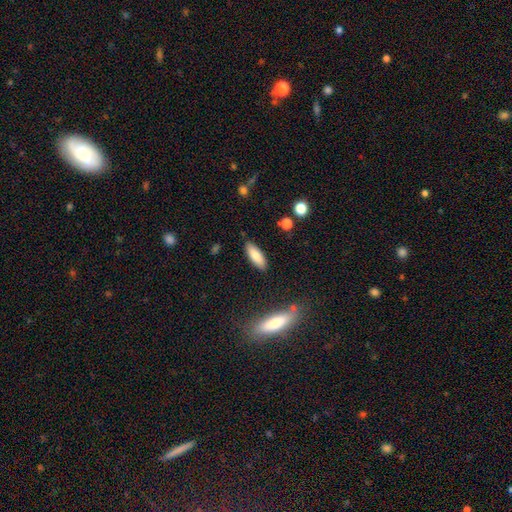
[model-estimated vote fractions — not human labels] Smooth or featured: smooth — 83% (featured or disk — 10%)
How rounded: in between — 64% (cigar-shaped — 34%)
Merging: none — 86% (minor disturbance — 10%)